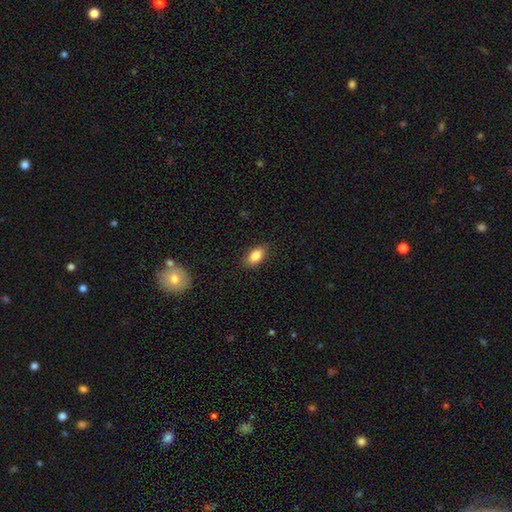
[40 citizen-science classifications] This is clearly a smooth galaxy (90%). How rounded: clearly in between (86%). Merging: clearly none (95%).